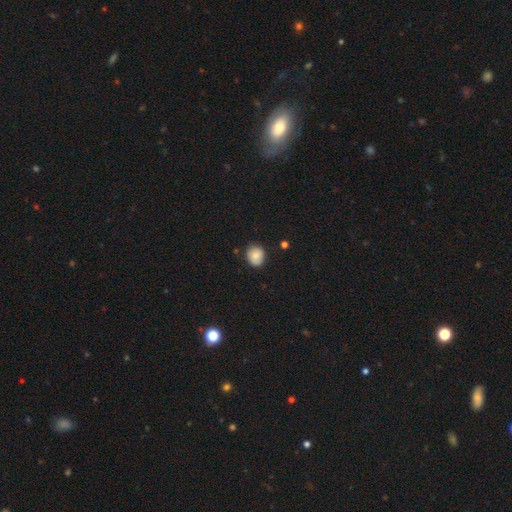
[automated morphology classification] This appears to be a smooth galaxy with no disk features (75%) that is round (73%). Merging: none (79%).